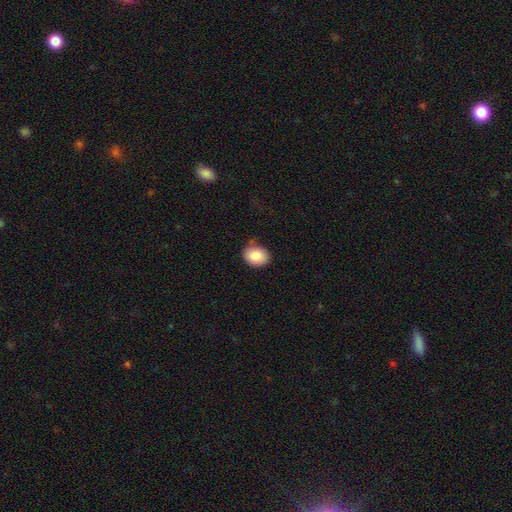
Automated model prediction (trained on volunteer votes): Smooth or featured: smooth — 85% (featured or disk — 8%)
How rounded: in between — 55% (round — 44%)
Merging: none — 74% (minor disturbance — 20%)